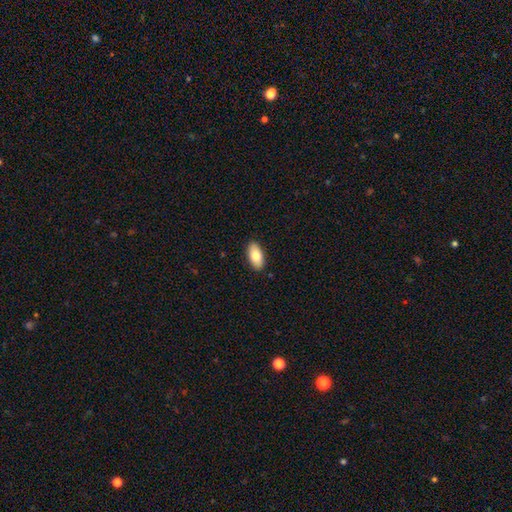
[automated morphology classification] smooth-or-featured: smooth: 82% | featured or disk: 11% | star or artifact: 6%
  how-rounded: in between: 92% | cigar-shaped: 5% | round: 2%
  merging: none: 90% | minor disturbance: 7% | major disturbance: 2% | merger: 1%